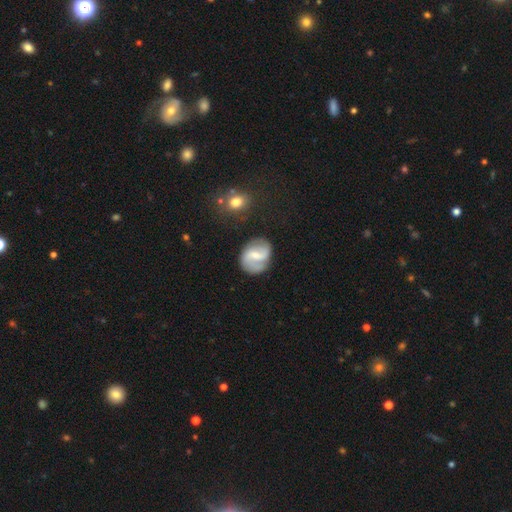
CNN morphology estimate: smooth_or_featured: featured or disk (p=0.73) [alt: smooth p=0.21]
disk_edge_on: no (p=0.98) [alt: yes p=0.02]
bar: weak (p=0.54) [alt: strong p=0.27]
has_spiral_arms: yes (p=0.91) [alt: no p=0.09]
spiral_winding: loose (p=0.43) [alt: medium p=0.42]
spiral_arm_count: 2 (p=0.86) [alt: can't tell p=0.06]
bulge_size: small (p=0.50) [alt: moderate p=0.34]
merging: none (p=0.75) [alt: minor disturbance p=0.16]